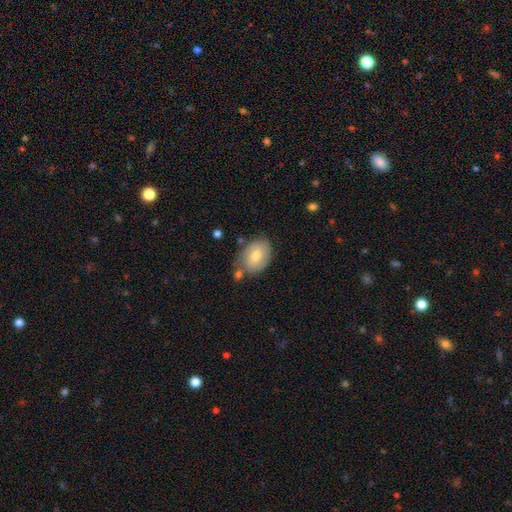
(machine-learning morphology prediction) This is likely a smooth galaxy (71%). How rounded: clearly in between (80%). Merging: likely none (64%).